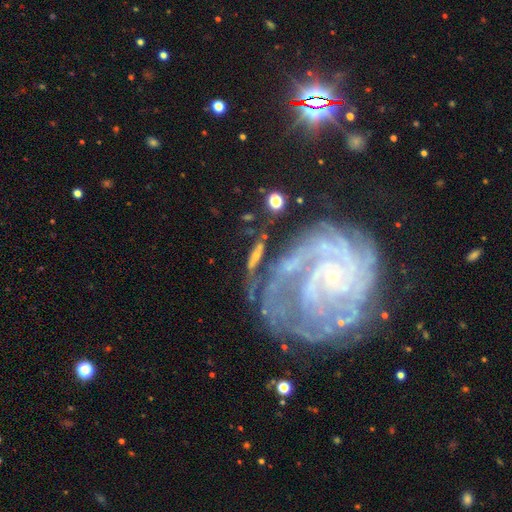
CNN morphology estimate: This appears to be a featured or disk galaxy (55%). Merging: none (59%).